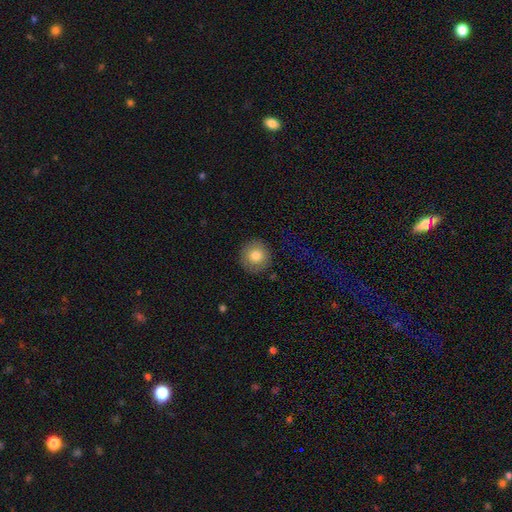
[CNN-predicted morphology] smooth-or-featured: smooth: 78% | featured or disk: 13% | star or artifact: 9%
  how-rounded: round: 95% | in between: 4% | cigar-shaped: 1%
  merging: none: 89% | minor disturbance: 8% | major disturbance: 2% | merger: 1%